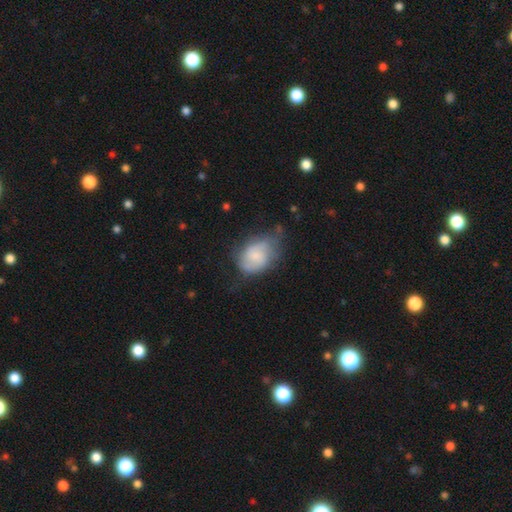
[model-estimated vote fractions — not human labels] The model was most divided on "merging": none: 39%, minor disturbance: 37%, major disturbance: 20%, merger: 4%. More confident: how rounded — in between (70%); smooth or featured — smooth (57%).